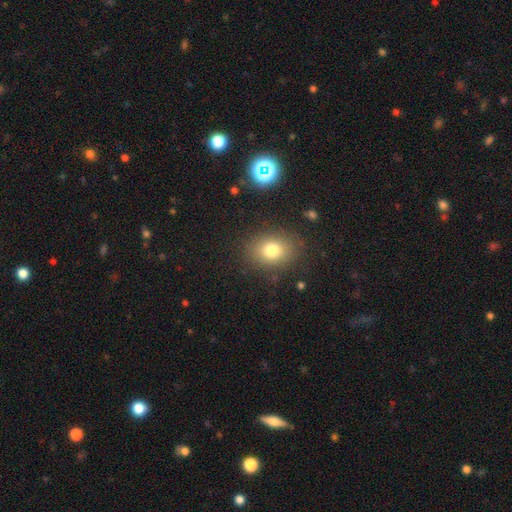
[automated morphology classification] smooth 69%, star or artifact 22%, featured or disk 9%. Down the decision tree: how rounded — round (51%); merging — none (88%).